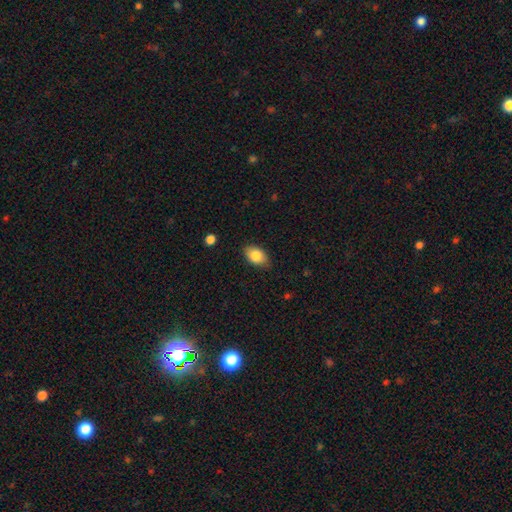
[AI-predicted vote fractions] Smooth or featured? smooth (83%)
How rounded? in between (89%)
Merging? none (82%)